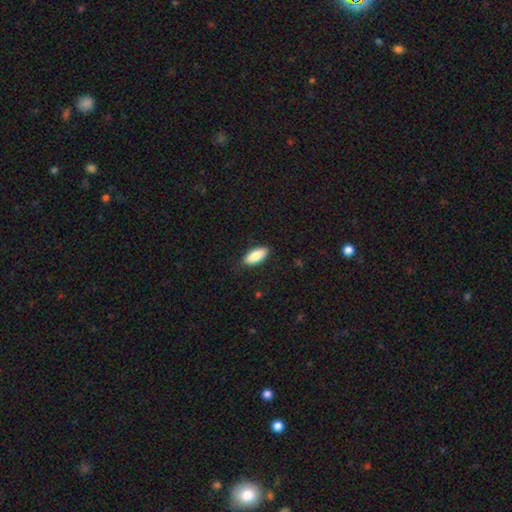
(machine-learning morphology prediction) Smooth or featured? Predicted: smooth (p=0.85). How rounded? Predicted: in between (p=0.86). Merging? Predicted: none (p=0.86).